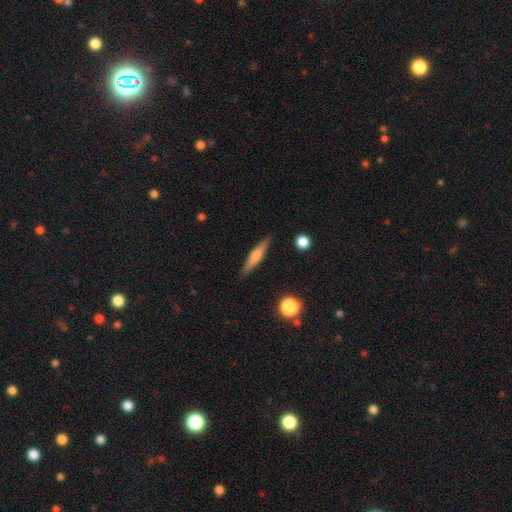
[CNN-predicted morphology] The model was most divided on "smooth or featured": smooth: 54%, featured or disk: 40%, star or artifact: 6%. More confident: merging — none (87%); how rounded — cigar-shaped (85%).